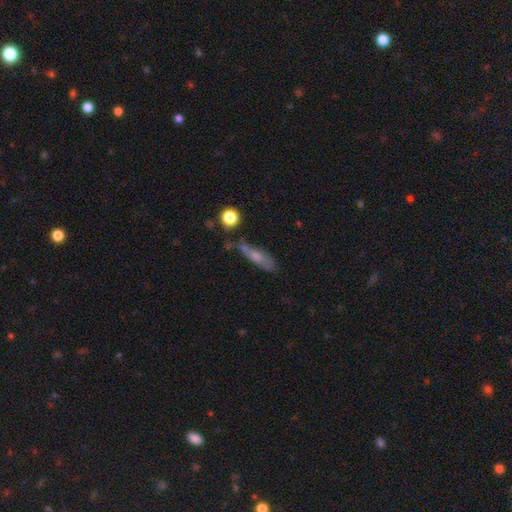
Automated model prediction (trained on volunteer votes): Smooth or featured: smooth — 57% (featured or disk — 32%)
How rounded: cigar-shaped — 55% (in between — 40%)
Merging: none — 49% (minor disturbance — 27%)